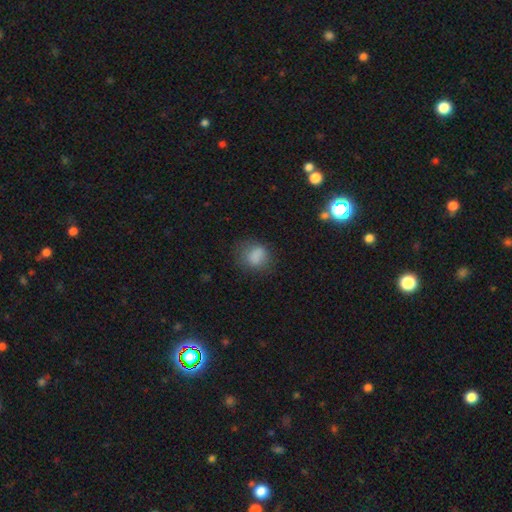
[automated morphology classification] smooth 80%, star or artifact 11%, featured or disk 9%. Down the decision tree: how rounded — round (58%); merging — none (62%).